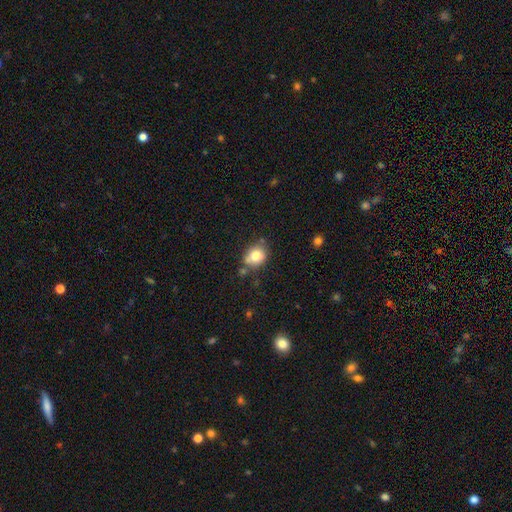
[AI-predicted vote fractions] Morphology: type=smooth (77%); roundness=round (59%); merging=none (64%).